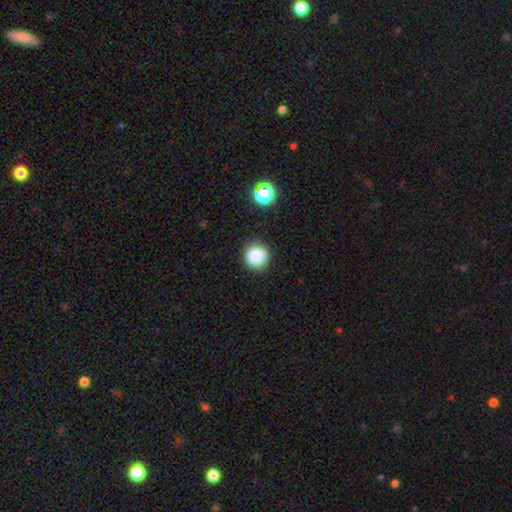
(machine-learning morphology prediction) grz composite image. It shows a smooth galaxy with no disk features (84%) that is round (91%). Merging: none (88%).